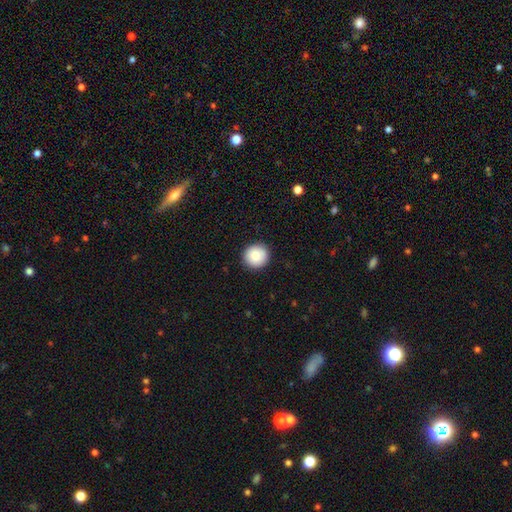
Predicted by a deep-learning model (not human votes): Smooth or featured?
  - smooth: 84% *
  - featured or disk: 8%
  - star or artifact: 8%
How rounded?
  - round: 94% *
  - in between: 5%
  - cigar-shaped: 1%
Merging?
  - none: 92% *
  - minor disturbance: 6%
  - major disturbance: 2%
  - merger: 1%